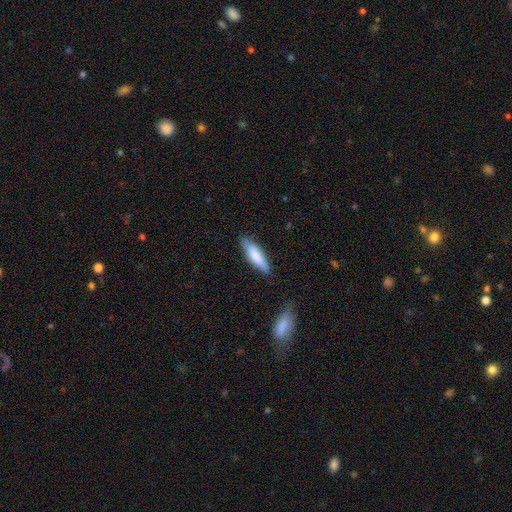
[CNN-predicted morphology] type=smooth (80%); roundness=cigar-shaped (62%); merging=none (80%).